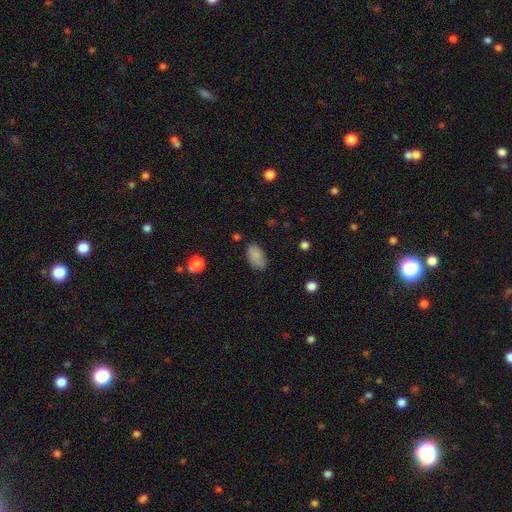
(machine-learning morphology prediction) This is clearly a smooth galaxy (85%). How rounded: clearly in between (93%). Merging: likely none (73%).